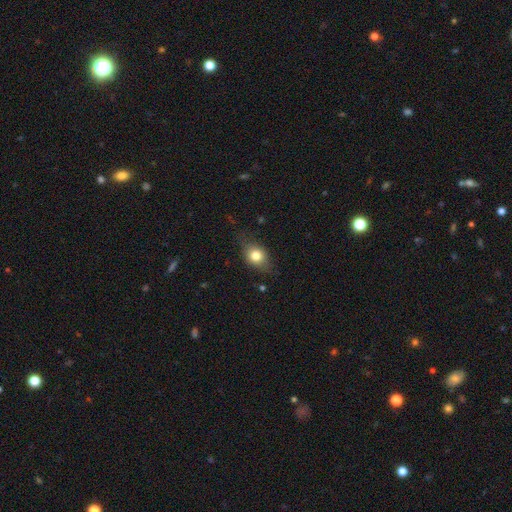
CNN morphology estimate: A smooth galaxy with no disk features (76%) that is in between round and cigar-shaped (54%). Merging: none (69%).